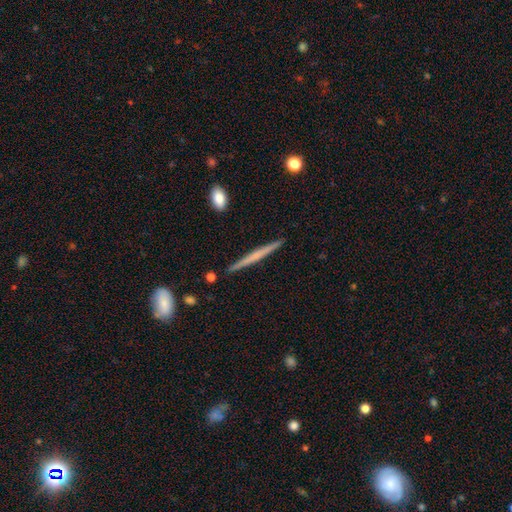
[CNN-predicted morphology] type=featured or disk (56%); edge-on=yes (98%); edge-on bulge=none (72%); merging=none (90%).